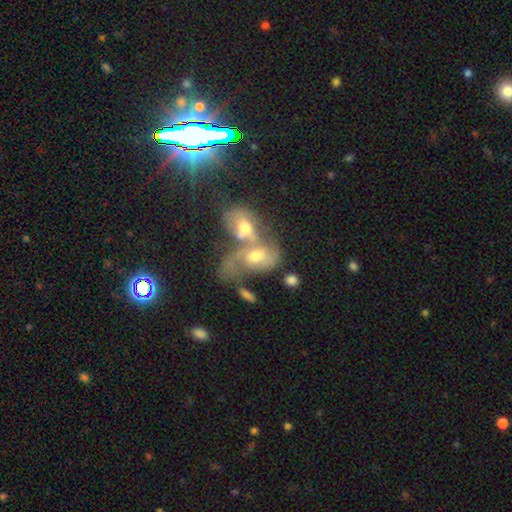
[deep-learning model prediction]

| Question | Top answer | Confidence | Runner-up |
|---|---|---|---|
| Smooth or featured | featured or disk | 51% | smooth (37%) |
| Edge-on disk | no | 94% | yes (6%) |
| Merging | merger | 73% | none (12%) |